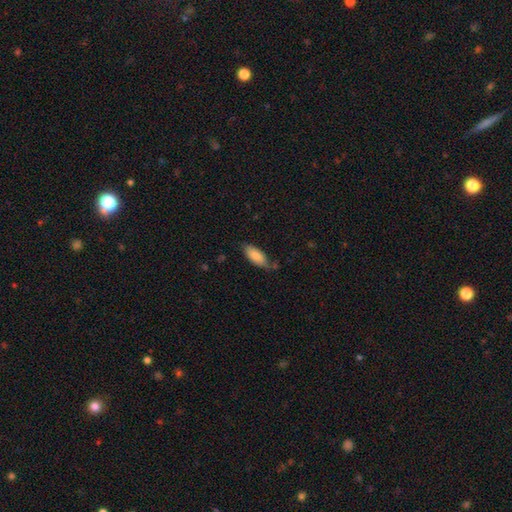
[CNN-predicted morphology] Smooth or featured? Predicted: smooth (p=0.81). How rounded? Predicted: in between (p=0.86). Merging? Predicted: none (p=0.64).